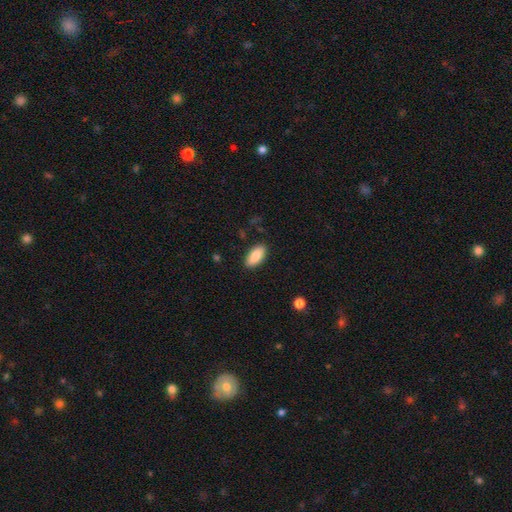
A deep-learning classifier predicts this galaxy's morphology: Q: Smooth or featured?
A: smooth (86%); runner-up: featured or disk (7%)
Q: How rounded?
A: in between (90%); runner-up: cigar-shaped (7%)
Q: Merging?
A: none (87%); runner-up: minor disturbance (9%)